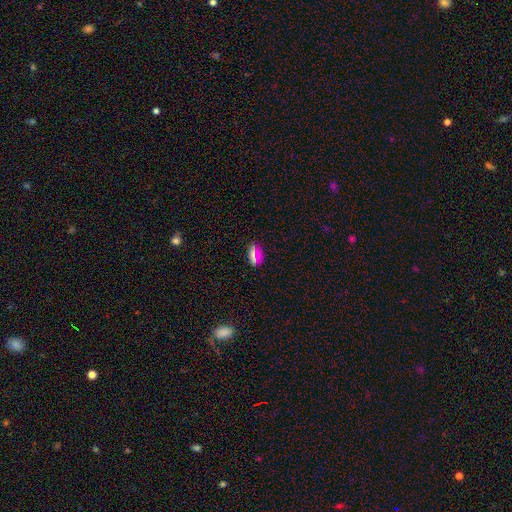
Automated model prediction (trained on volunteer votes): Smooth or featured? smooth (64%)
How rounded? in between (74%)
Merging? none (82%)